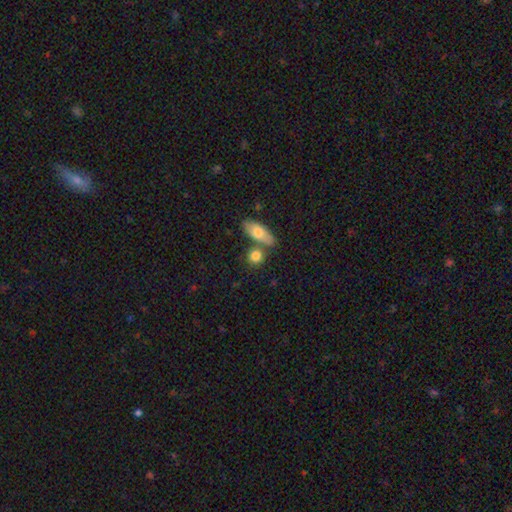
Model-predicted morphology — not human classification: Smooth or featured: smooth — 82% (featured or disk — 10%)
How rounded: round — 63% (in between — 31%)
Merging: none — 62% (merger — 24%)